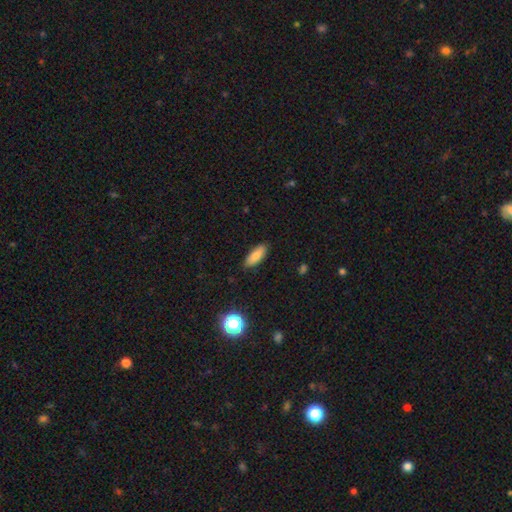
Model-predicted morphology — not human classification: smooth 82%, featured or disk 9%, star or artifact 8%. Down the decision tree: how rounded — in between (74%); merging — none (87%).